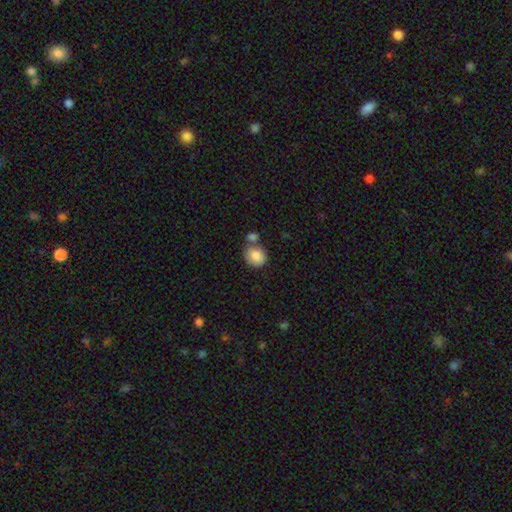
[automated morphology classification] Smooth or featured: smooth — 85% (featured or disk — 8%)
How rounded: round — 56% (in between — 43%)
Merging: none — 46% (merger — 34%)